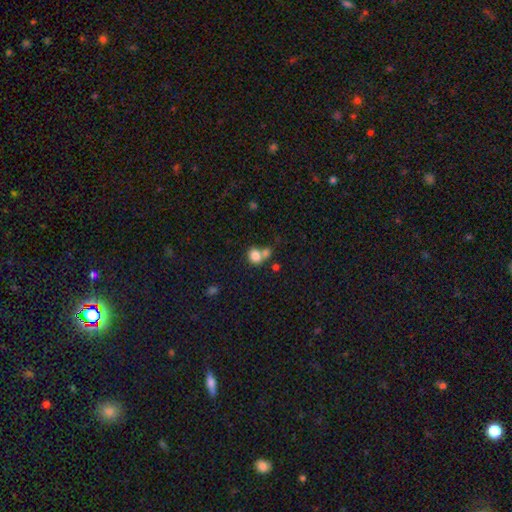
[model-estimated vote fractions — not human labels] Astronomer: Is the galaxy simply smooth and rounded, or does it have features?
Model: smooth — 81%.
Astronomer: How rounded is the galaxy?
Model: round — 62%.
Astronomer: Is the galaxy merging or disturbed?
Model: merger — 47% (runner-up: none, 38%).